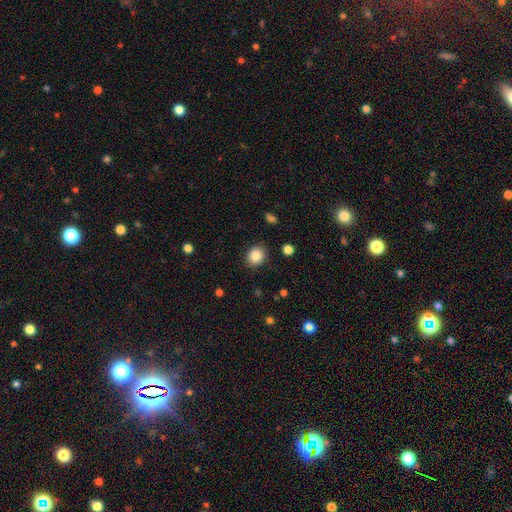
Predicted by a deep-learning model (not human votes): smooth-or-featured: smooth: 86% | star or artifact: 9% | featured or disk: 5%
  how-rounded: round: 69% | in between: 30% | cigar-shaped: 1%
  merging: none: 88% | minor disturbance: 8% | major disturbance: 3% | merger: 1%